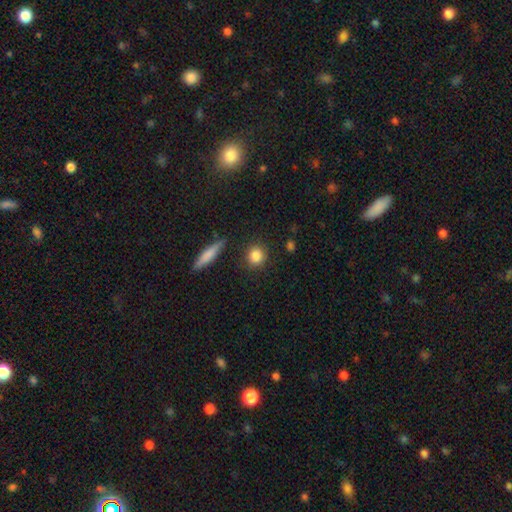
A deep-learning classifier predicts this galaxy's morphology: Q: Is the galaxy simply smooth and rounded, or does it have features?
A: smooth — 85%.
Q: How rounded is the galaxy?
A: round — 82%.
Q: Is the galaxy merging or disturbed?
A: none — 86%.